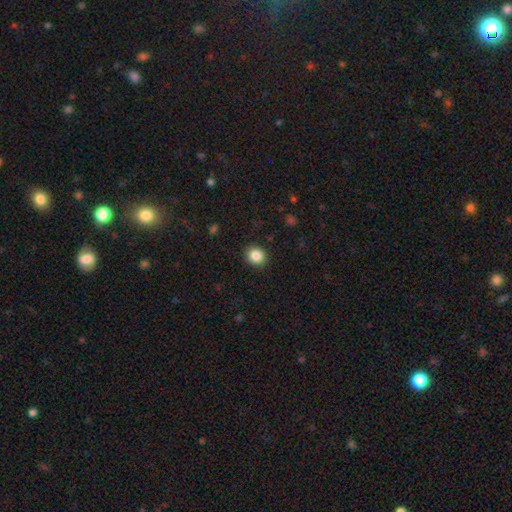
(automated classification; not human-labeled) Smooth or featured? smooth (85%)
How rounded? round (71%)
Merging? none (91%)